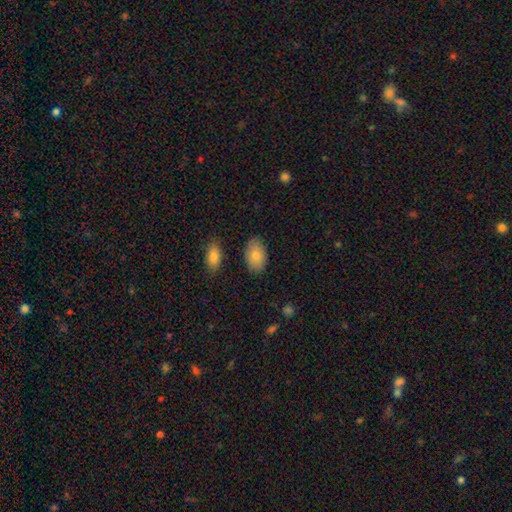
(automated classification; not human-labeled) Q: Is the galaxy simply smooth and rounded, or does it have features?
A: smooth — 83%.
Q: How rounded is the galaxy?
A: in between — 92%.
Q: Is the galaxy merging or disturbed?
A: none — 83%.